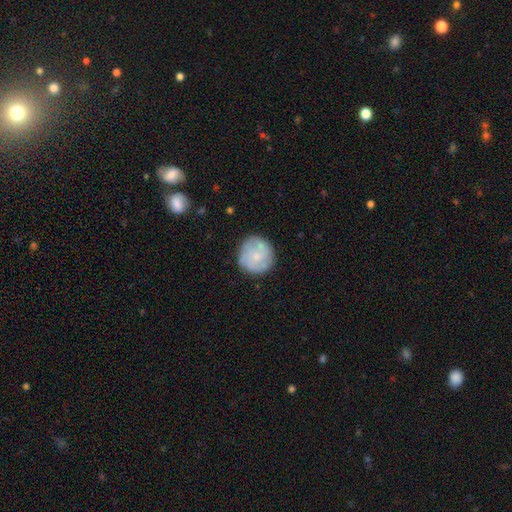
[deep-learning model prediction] smooth-or-featured: smooth: 50% | featured or disk: 43% | star or artifact: 7%
  how-rounded: round: 93% | in between: 6% | cigar-shaped: 1%
  merging: none: 80% | minor disturbance: 14% | major disturbance: 4% | merger: 1%